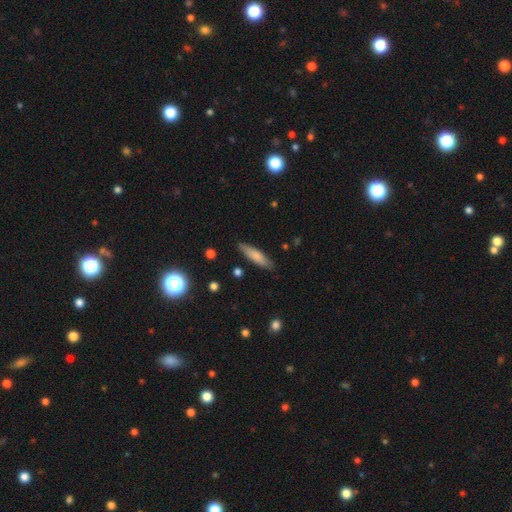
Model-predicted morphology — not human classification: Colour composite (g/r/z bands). It shows a smooth galaxy with no disk features (74%) that is cigar-shaped (74%). Merging: none (86%).